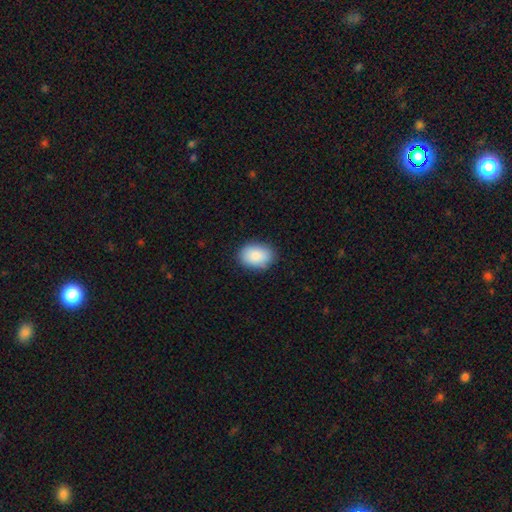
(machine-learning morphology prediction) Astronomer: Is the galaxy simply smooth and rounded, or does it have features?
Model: smooth — 88%.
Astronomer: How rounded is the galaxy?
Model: in between — 77%.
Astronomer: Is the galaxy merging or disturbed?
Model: none — 86%.